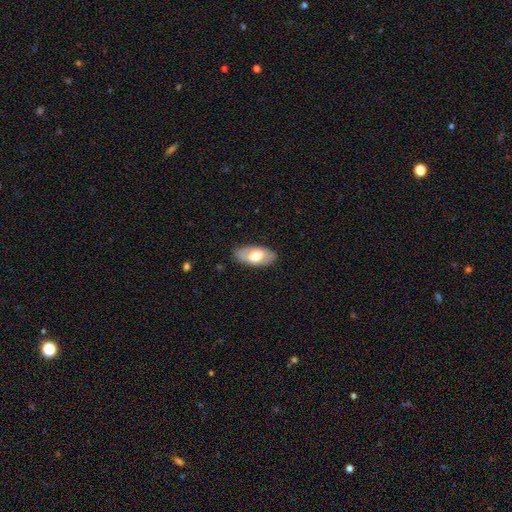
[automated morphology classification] smooth-or-featured: smooth: 62% | featured or disk: 32% | star or artifact: 6%
  how-rounded: in between: 92% | cigar-shaped: 5% | round: 3%
  merging: none: 85% | minor disturbance: 11% | major disturbance: 3% | merger: 1%